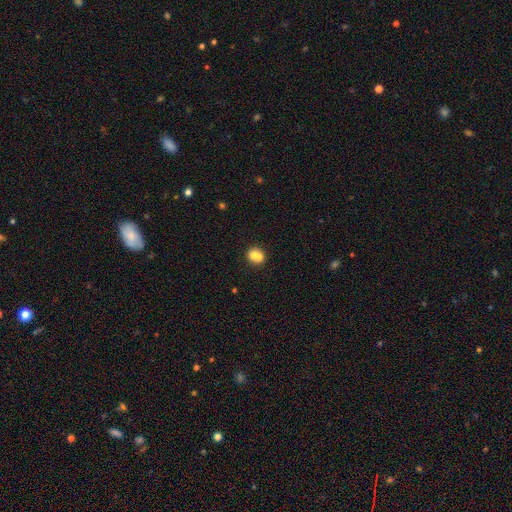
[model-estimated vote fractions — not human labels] smooth-or-featured: smooth: 71% | featured or disk: 19% | star or artifact: 10%
  how-rounded: round: 74% | in between: 25% | cigar-shaped: 1%
  merging: merger: 57% | none: 33% | minor disturbance: 7% | major disturbance: 3%